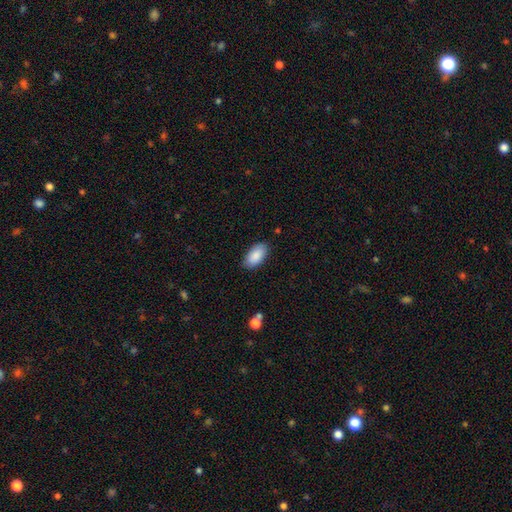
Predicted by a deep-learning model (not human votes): Morphology: type=smooth (89%); roundness=in between (95%); merging=none (85%).